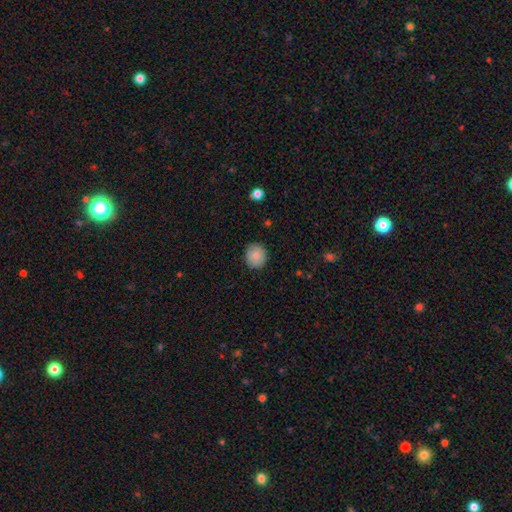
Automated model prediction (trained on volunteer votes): Smooth or featured? smooth (83%)
How rounded? round (85%)
Merging? none (87%)